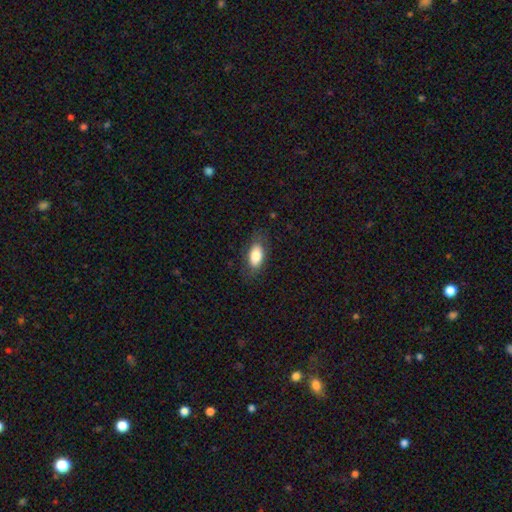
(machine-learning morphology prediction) The model was most divided on "merging": none: 77%, minor disturbance: 16%, major disturbance: 6%, merger: 1%. More confident: how rounded — in between (90%); smooth or featured — smooth (80%).